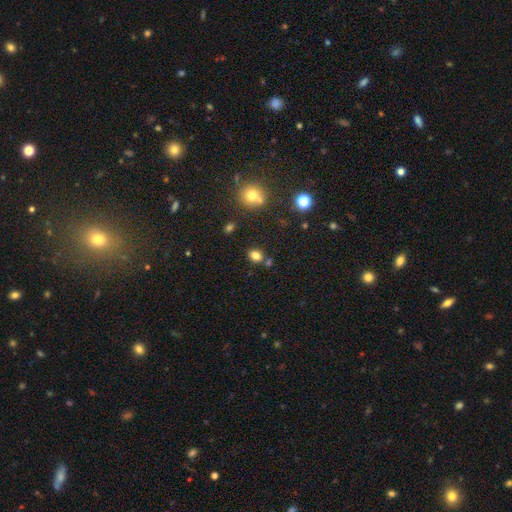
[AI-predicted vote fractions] The model was most divided on "how rounded": in between: 65%, round: 34%, cigar-shaped: 1%. More confident: smooth or featured — smooth (80%); merging — none (72%).